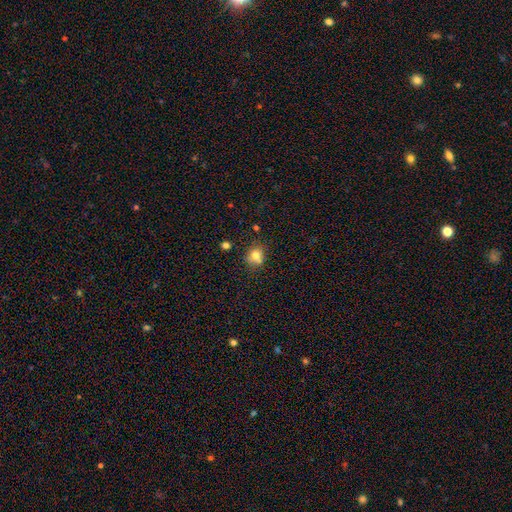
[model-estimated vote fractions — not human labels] This appears to be a smooth galaxy with no disk features (75%) that is round (73%). Merging: none (64%).